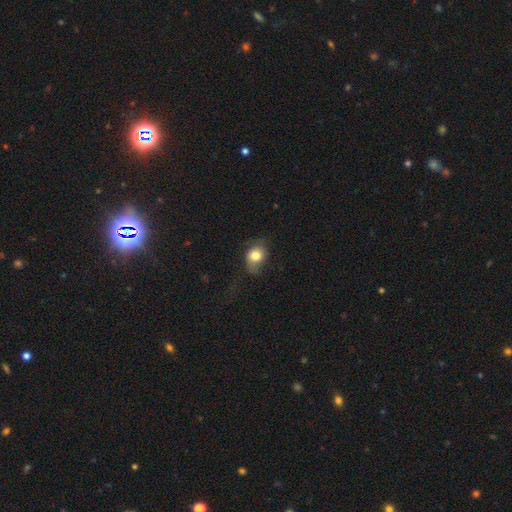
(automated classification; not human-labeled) Morphology: type=smooth (78%); roundness=round (50%); merging=none (48%).